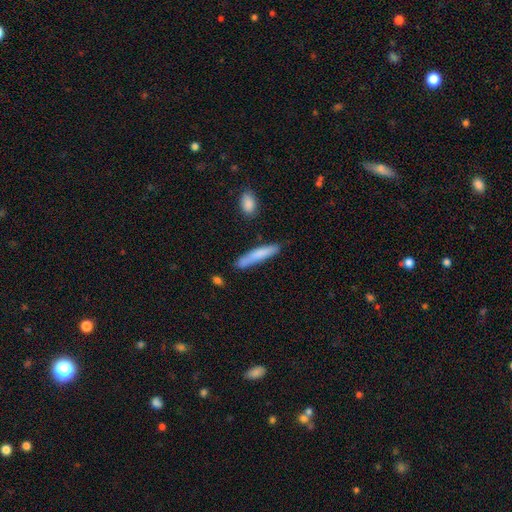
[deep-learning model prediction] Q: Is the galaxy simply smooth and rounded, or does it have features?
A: smooth — 77%.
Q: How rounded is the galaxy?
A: cigar-shaped — 91%.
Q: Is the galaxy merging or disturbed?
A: none — 76%.